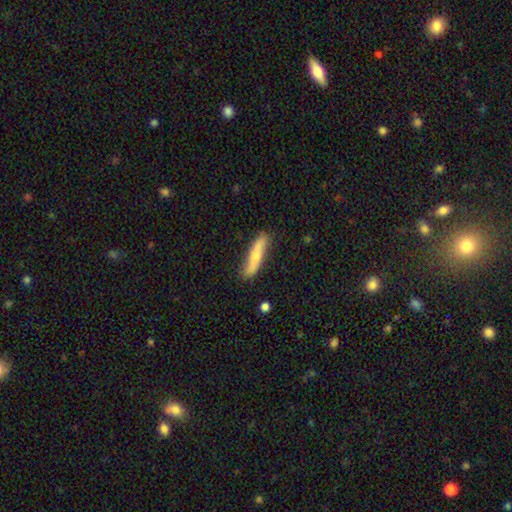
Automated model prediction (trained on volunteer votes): Smooth or featured?
  - smooth: 56% *
  - featured or disk: 39%
  - star or artifact: 5%
How rounded?
  - cigar-shaped: 83% *
  - in between: 15%
  - round: 2%
Merging?
  - none: 80% *
  - minor disturbance: 15%
  - major disturbance: 3%
  - merger: 2%